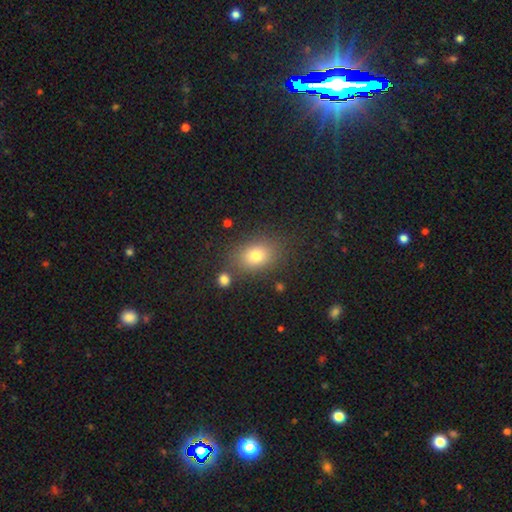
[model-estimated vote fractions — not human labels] A smooth galaxy with no disk features (78%) that is in between round and cigar-shaped (70%). Merging: none (78%).